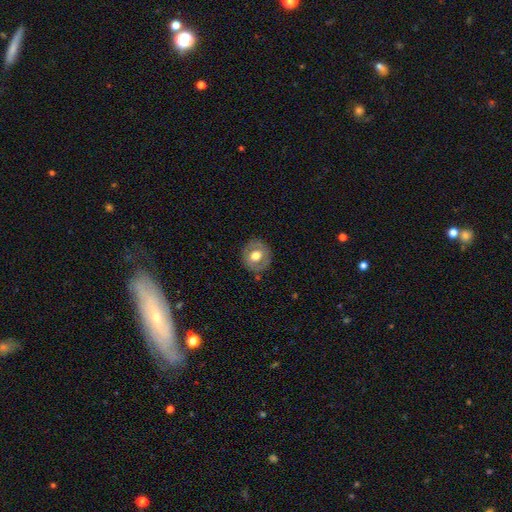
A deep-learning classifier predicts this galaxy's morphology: The model was most divided on "smooth or featured": smooth: 53%, featured or disk: 40%, star or artifact: 7%. More confident: how rounded — round (85%); merging — none (83%).